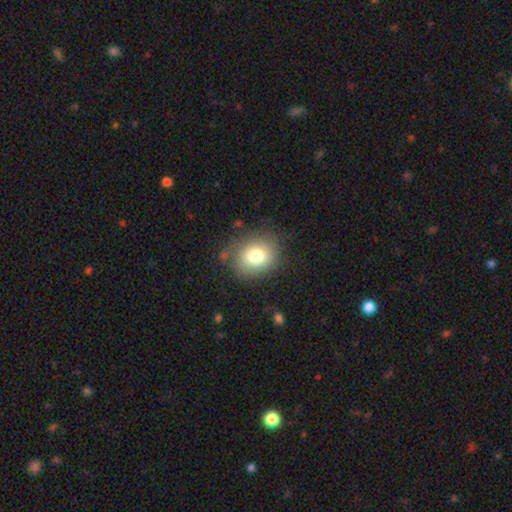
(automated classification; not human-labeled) smooth-or-featured: smooth: 78% | featured or disk: 11% | star or artifact: 10%
  how-rounded: round: 60% | in between: 39% | cigar-shaped: 1%
  merging: none: 77% | minor disturbance: 15% | major disturbance: 6% | merger: 2%